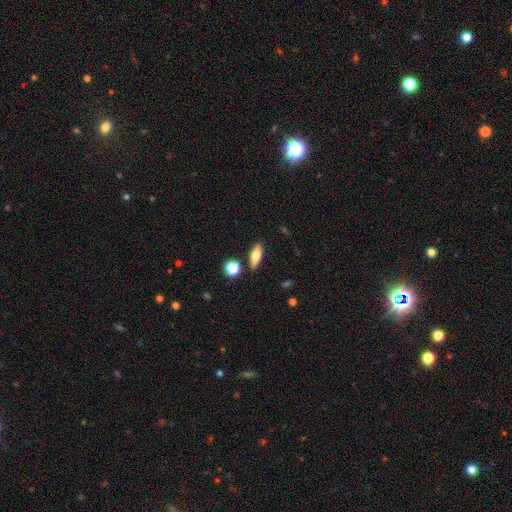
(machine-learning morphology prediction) Q: Smooth or featured?
A: smooth (67%); runner-up: featured or disk (25%)
Q: How rounded?
A: in between (64%); runner-up: cigar-shaped (31%)
Q: Merging?
A: none (85%); runner-up: minor disturbance (9%)